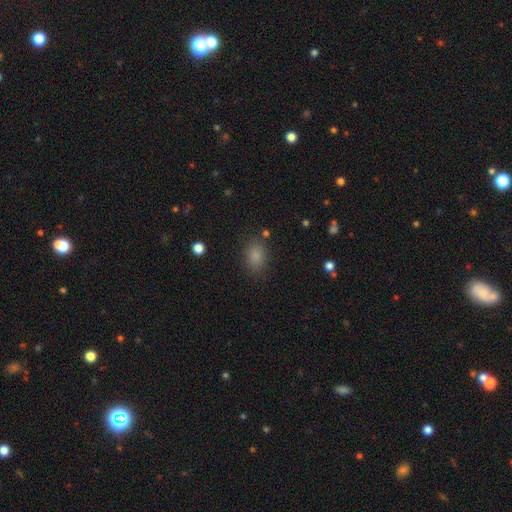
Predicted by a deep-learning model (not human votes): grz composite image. It shows a smooth galaxy with no disk features (83%) that is in between round and cigar-shaped (73%). Merging: none (82%).